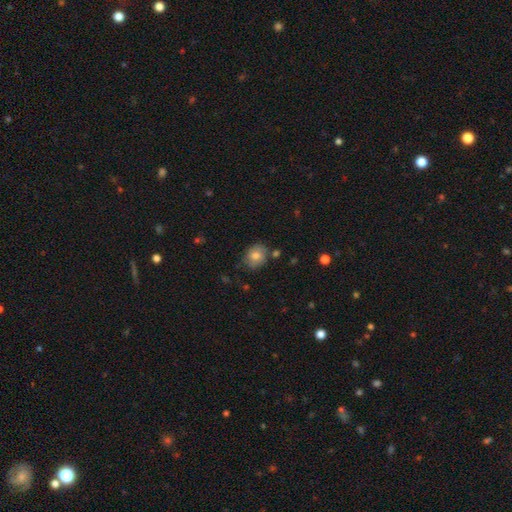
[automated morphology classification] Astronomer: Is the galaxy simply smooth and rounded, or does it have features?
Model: smooth — 75%.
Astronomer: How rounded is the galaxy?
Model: round — 55% (runner-up: in between, 44%).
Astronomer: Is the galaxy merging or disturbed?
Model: none — 73%.